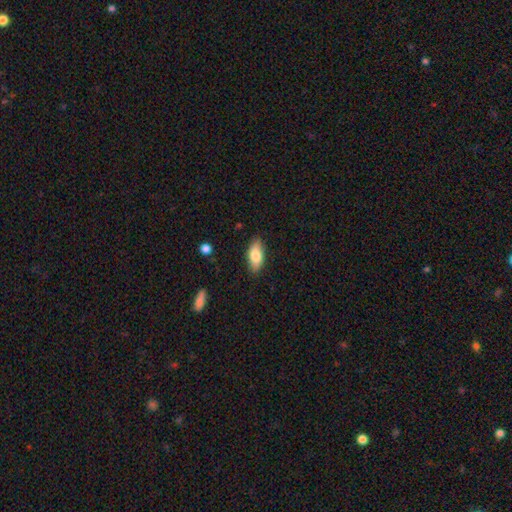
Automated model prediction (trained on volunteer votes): This is likely a smooth galaxy (79%). How rounded: clearly in between (87%). Merging: clearly none (85%).